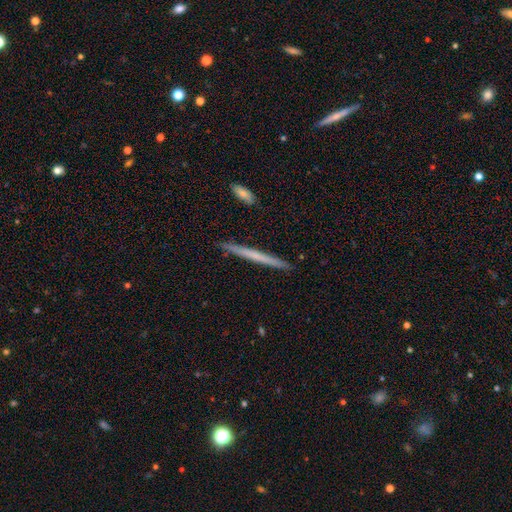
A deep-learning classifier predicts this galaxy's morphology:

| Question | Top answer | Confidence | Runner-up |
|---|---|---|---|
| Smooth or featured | smooth | 51% | featured or disk (43%) |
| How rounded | cigar-shaped | 97% | in between (2%) |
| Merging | none | 91% | minor disturbance (6%) |